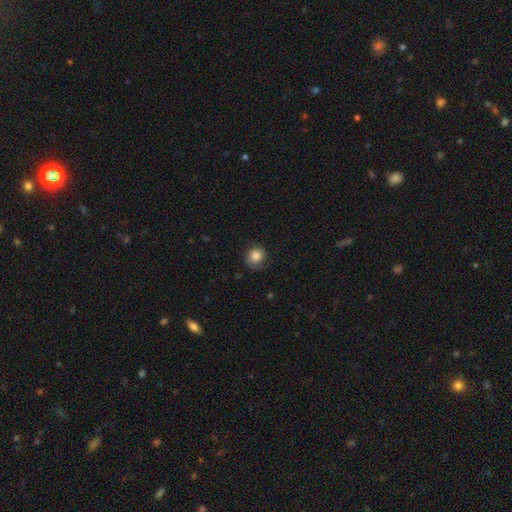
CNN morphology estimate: Smooth or featured: smooth — 83% (star or artifact — 9%)
How rounded: round — 84% (in between — 15%)
Merging: none — 73% (minor disturbance — 20%)